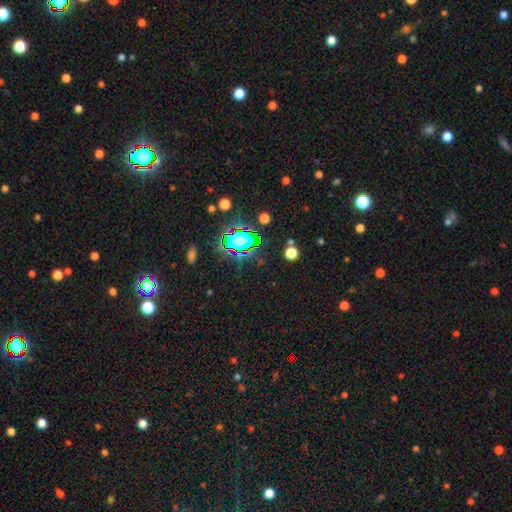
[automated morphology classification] star or artifact 80%, smooth 12%, featured or disk 8%.